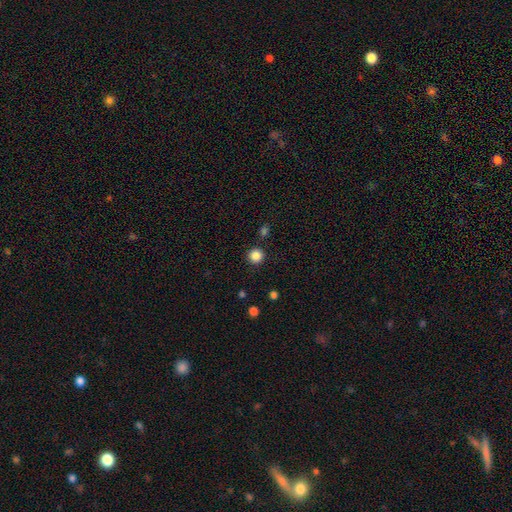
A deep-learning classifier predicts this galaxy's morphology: This appears to be a smooth galaxy with no disk features (86%) that is round (95%). Merging: none (91%).